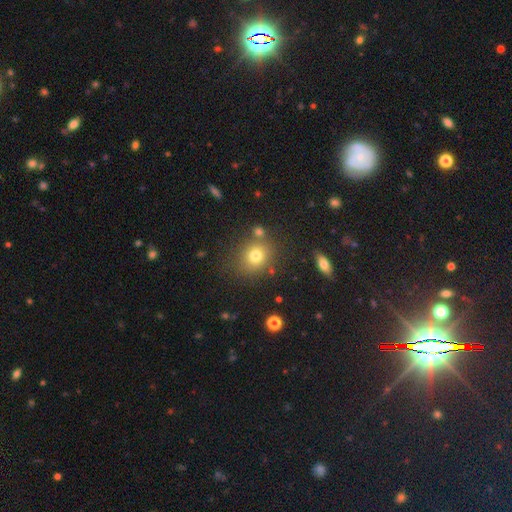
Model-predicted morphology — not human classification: Smooth or featured: smooth — 75% (star or artifact — 15%)
How rounded: round — 75% (in between — 24%)
Merging: none — 76% (minor disturbance — 11%)